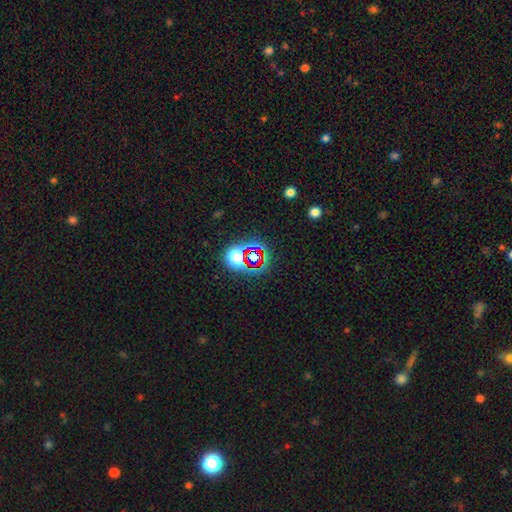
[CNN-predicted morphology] Smooth or featured? Predicted: star or artifact (p=0.69).